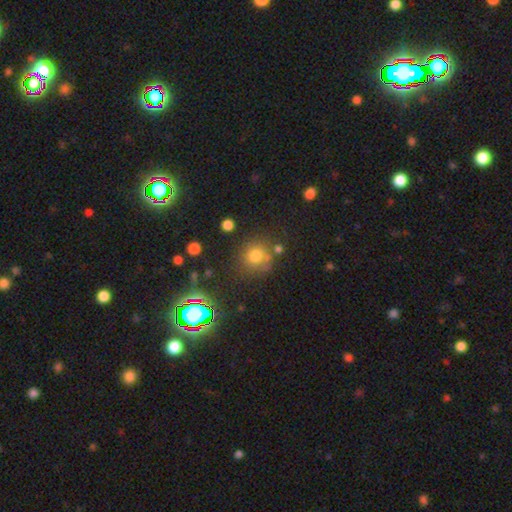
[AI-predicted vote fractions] A smooth galaxy with no disk features (73%) that is round (89%). Merging: none (71%).